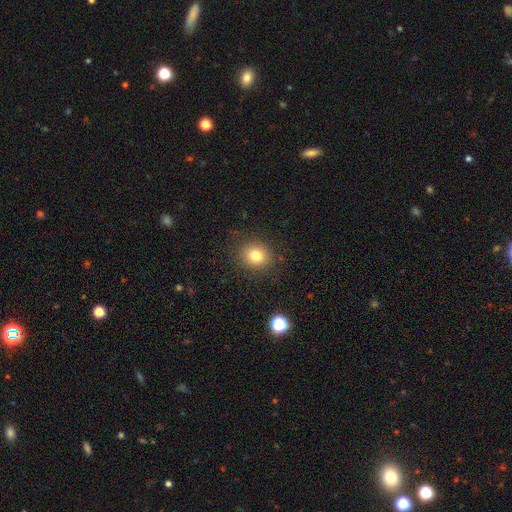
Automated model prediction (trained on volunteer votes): A smooth galaxy with no disk features (80%) that is round (73%).

Vote fractions:
- Smooth or featured? smooth: 80% / star or artifact: 12% / featured or disk: 8%
- How rounded? round: 73% / in between: 26% / cigar-shaped: 1%
- Merging? none: 87% / minor disturbance: 9% / major disturbance: 3% / merger: 1%